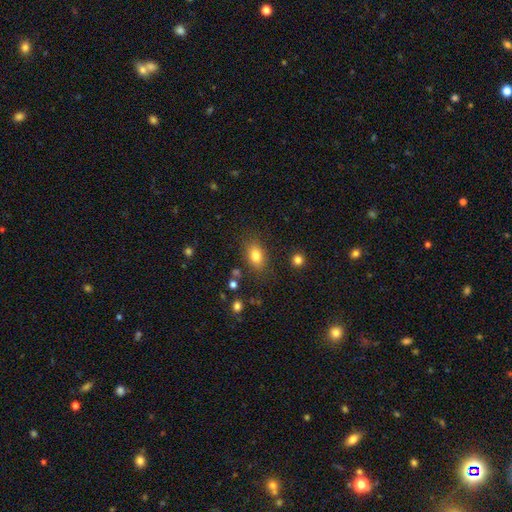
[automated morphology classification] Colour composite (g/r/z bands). It shows a smooth galaxy with no disk features (81%) that is in between round and cigar-shaped (80%). Merging: none (81%).